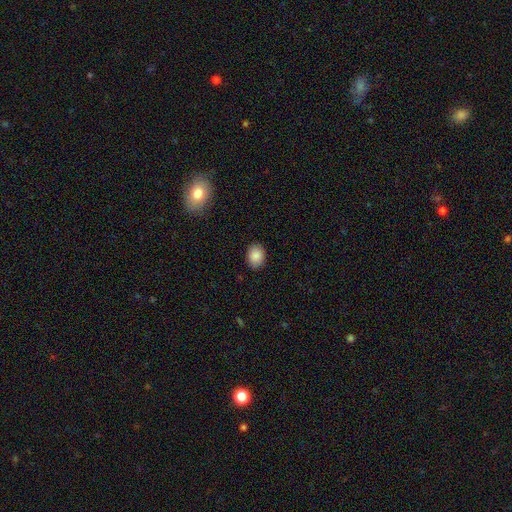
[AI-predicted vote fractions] Smooth or featured? smooth (87%)
How rounded? in between (60%)
Merging? none (87%)